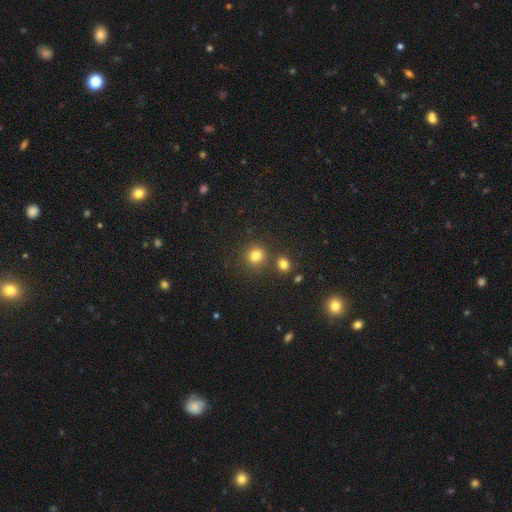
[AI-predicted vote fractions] Smooth or featured? smooth (79%)
How rounded? round (87%)
Merging? none (77%)